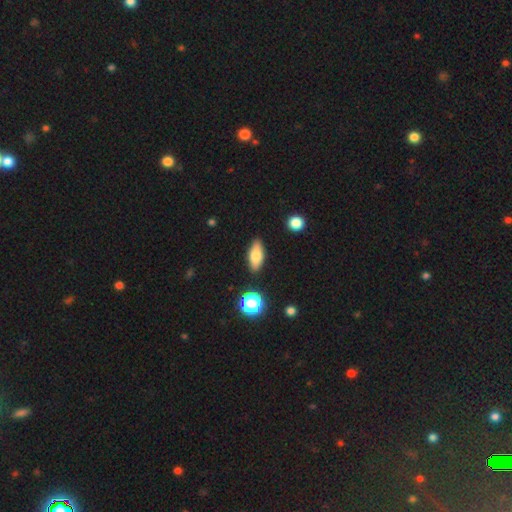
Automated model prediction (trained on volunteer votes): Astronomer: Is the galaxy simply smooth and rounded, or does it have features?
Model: smooth — 72%.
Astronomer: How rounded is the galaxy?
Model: in between — 78%.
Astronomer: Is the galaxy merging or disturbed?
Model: none — 85%.